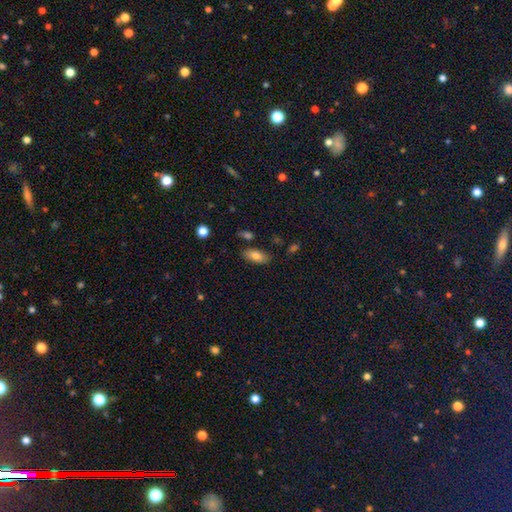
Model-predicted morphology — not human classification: Q: Smooth or featured?
A: smooth (79%); runner-up: featured or disk (14%)
Q: How rounded?
A: in between (89%); runner-up: cigar-shaped (8%)
Q: Merging?
A: none (81%); runner-up: minor disturbance (13%)